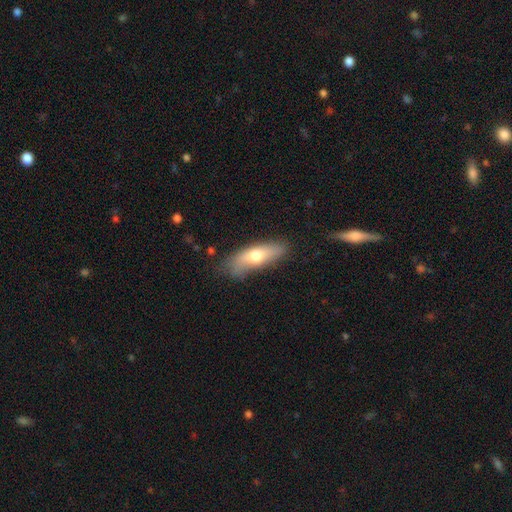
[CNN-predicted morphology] Smooth or featured? Predicted: smooth (p=0.64). How rounded? Predicted: in between (p=0.54). Merging? Predicted: none (p=0.71).